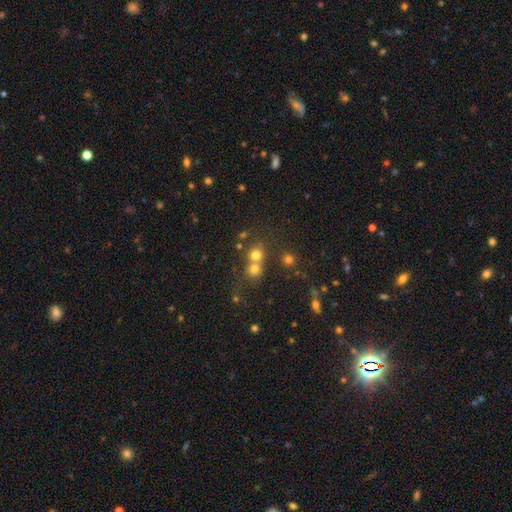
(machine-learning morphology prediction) smooth 70%, star or artifact 19%, featured or disk 11%. Down the decision tree: how rounded — round (84%); merging — merger (47%).